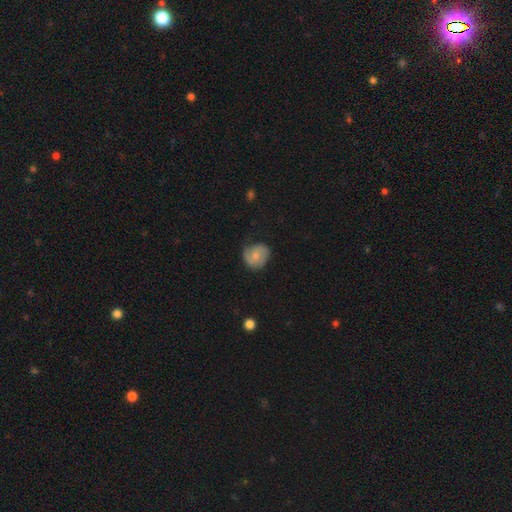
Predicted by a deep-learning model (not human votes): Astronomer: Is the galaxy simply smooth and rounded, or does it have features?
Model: featured or disk — 55% (runner-up: smooth, 38%).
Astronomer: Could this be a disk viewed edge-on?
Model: no — 97%.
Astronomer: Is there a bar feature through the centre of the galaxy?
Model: no — 64%.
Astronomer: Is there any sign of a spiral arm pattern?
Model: yes — 87%.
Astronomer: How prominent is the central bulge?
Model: small — 52% (runner-up: moderate, 41%).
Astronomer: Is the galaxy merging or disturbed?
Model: none — 65%.